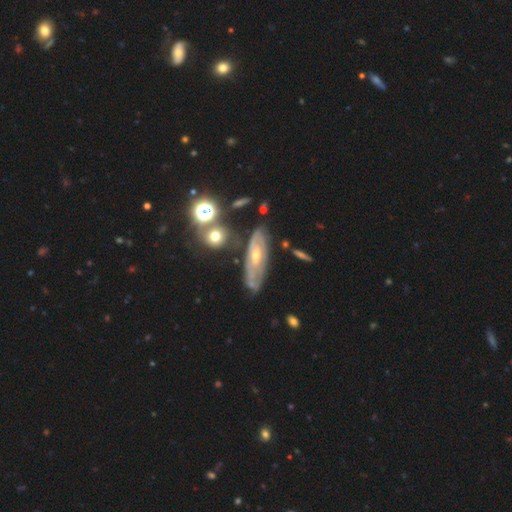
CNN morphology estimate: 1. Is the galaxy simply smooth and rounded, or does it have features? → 69% featured or disk, 18% smooth, 13% star or artifact.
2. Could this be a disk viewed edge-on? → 74% no, 26% yes.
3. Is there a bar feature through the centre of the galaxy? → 73% no, 20% weak, 7% strong.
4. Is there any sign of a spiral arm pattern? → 72% yes, 28% no.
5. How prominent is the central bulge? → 58% small, 38% moderate, 2% large, 1% none, 1% dominant.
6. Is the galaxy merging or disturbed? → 71% none, 16% minor disturbance, 7% merger, 6% major disturbance.